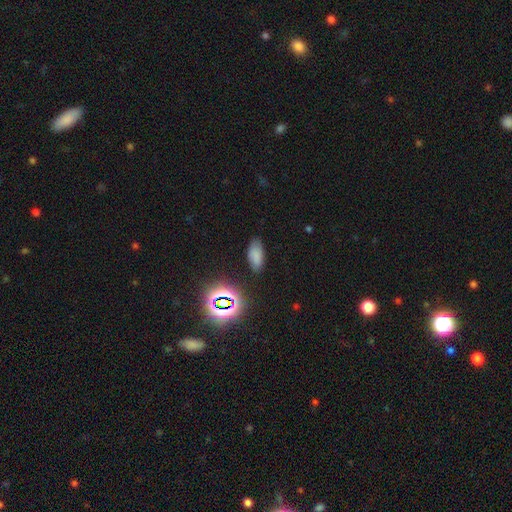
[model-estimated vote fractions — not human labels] Overall: smooth (73%). How rounded: in between (90%). Merging: none (79%).